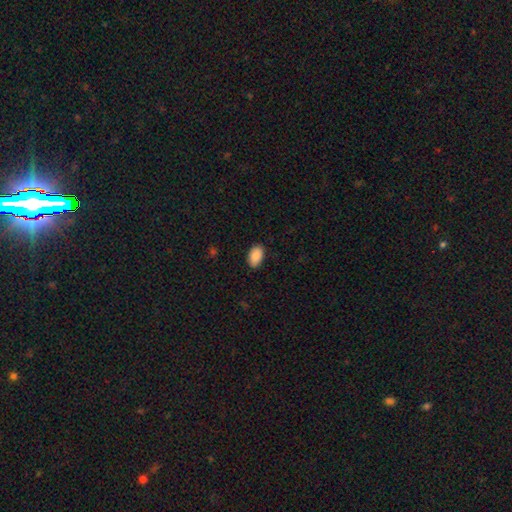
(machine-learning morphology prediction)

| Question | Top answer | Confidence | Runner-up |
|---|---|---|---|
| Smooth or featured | smooth | 90% | star or artifact (7%) |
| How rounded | in between | 93% | round (6%) |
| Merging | none | 87% | minor disturbance (10%) |